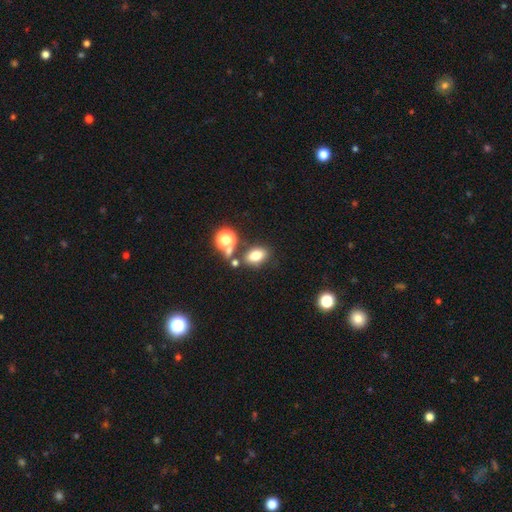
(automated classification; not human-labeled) This is likely a smooth galaxy (75%). How rounded: likely in between (78%). Merging: likely none (69%).